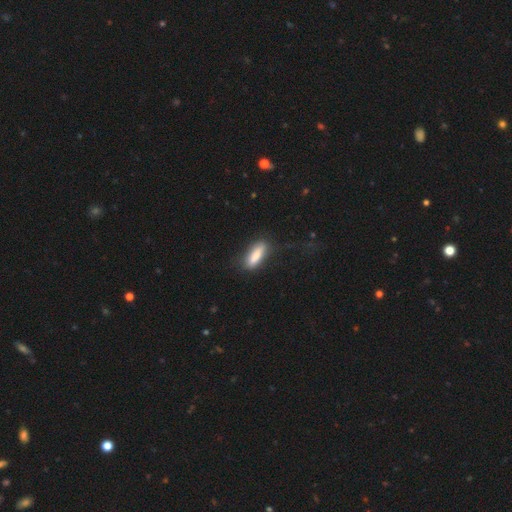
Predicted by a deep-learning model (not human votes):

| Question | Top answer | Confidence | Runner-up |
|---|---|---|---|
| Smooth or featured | smooth | 81% | featured or disk (12%) |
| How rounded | in between | 49% | tied: cigar-shaped (49%) |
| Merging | none | 74% | minor disturbance (16%) |